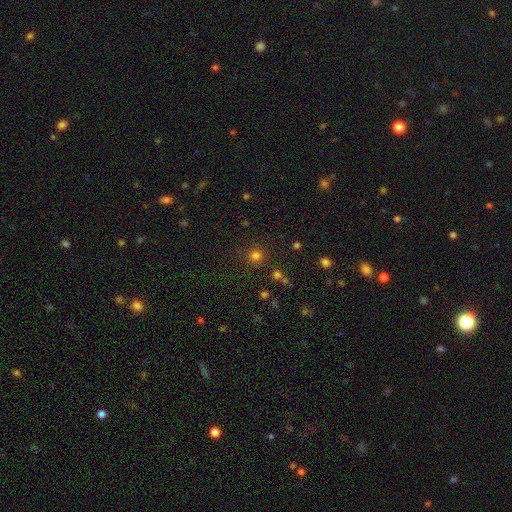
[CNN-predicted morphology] The model was most divided on "smooth or featured": smooth: 77%, star or artifact: 18%, featured or disk: 5%. More confident: how rounded — round (94%); merging — none (85%).